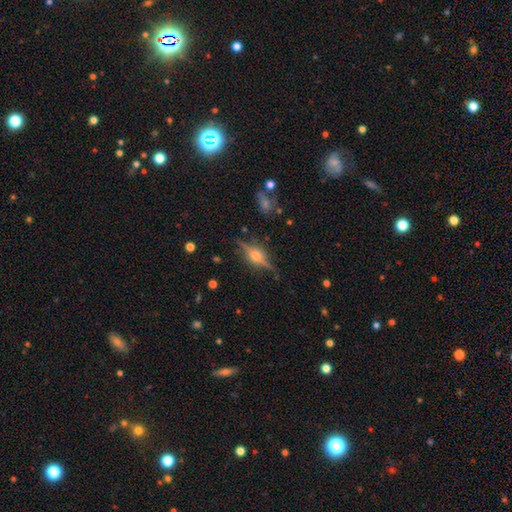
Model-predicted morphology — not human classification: Smooth or featured?
  - featured or disk: 77% *
  - smooth: 13%
  - star or artifact: 10%
Edge-on disk?
  - yes: 95% *
  - no: 5%
Edge-on bulge?
  - rounded: 91% *
  - boxy: 7%
  - none: 2%
Merging?
  - none: 84% *
  - minor disturbance: 11%
  - major disturbance: 3%
  - merger: 1%